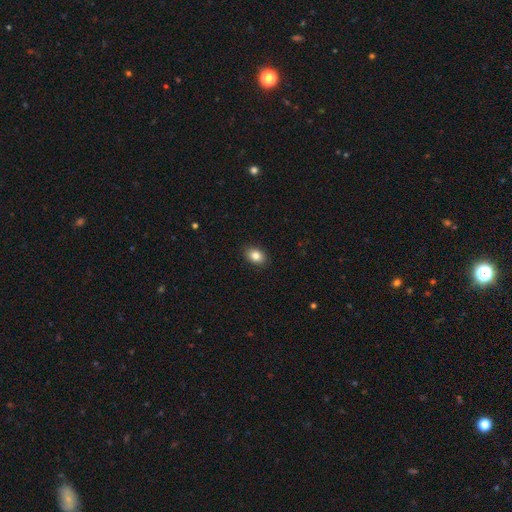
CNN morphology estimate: smooth 84%, star or artifact 9%, featured or disk 7%. Down the decision tree: how rounded — in between (73%); merging — none (89%).